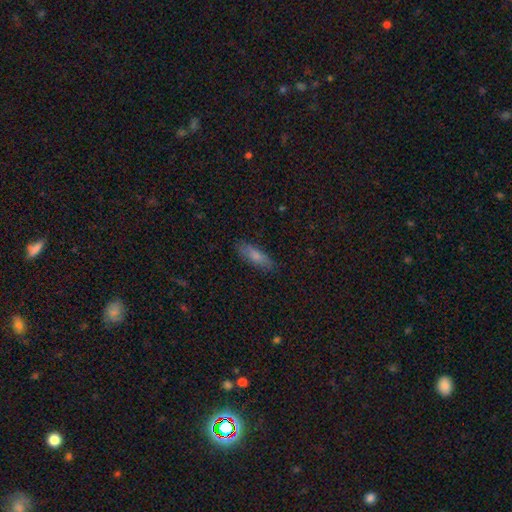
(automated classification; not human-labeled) The model was most divided on "how rounded": in between: 53%, cigar-shaped: 45%, round: 2%. More confident: merging — none (85%); smooth or featured — smooth (76%).